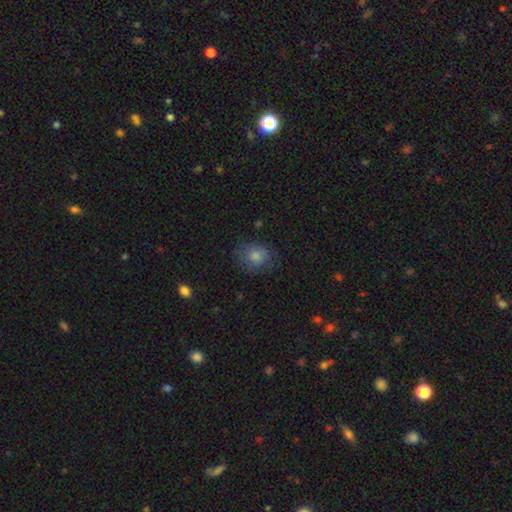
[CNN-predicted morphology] Overall: smooth (73%). How rounded: round (70%). Merging: none (76%).